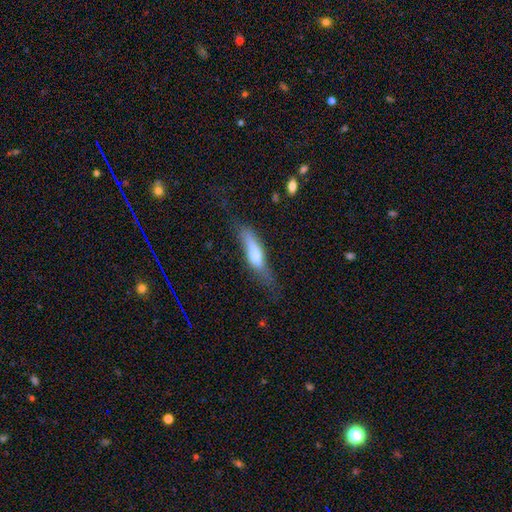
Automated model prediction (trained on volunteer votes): Smooth or featured? Predicted: smooth (p=0.58). How rounded? Predicted: cigar-shaped (p=0.69). Merging? Predicted: none (p=0.52).